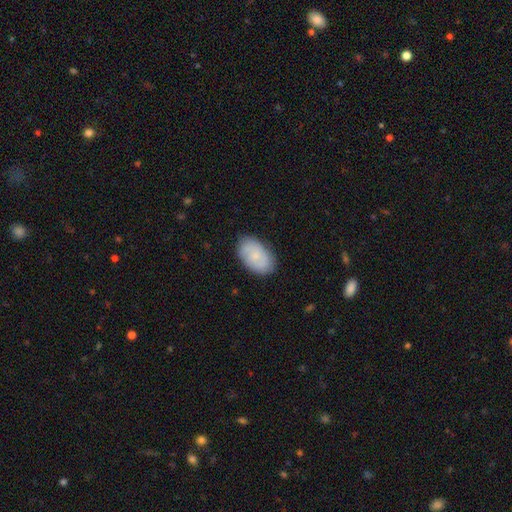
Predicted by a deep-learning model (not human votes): Q: Smooth or featured?
A: smooth (68%); runner-up: featured or disk (25%)
Q: How rounded?
A: in between (93%); runner-up: round (6%)
Q: Merging?
A: none (83%); runner-up: minor disturbance (13%)